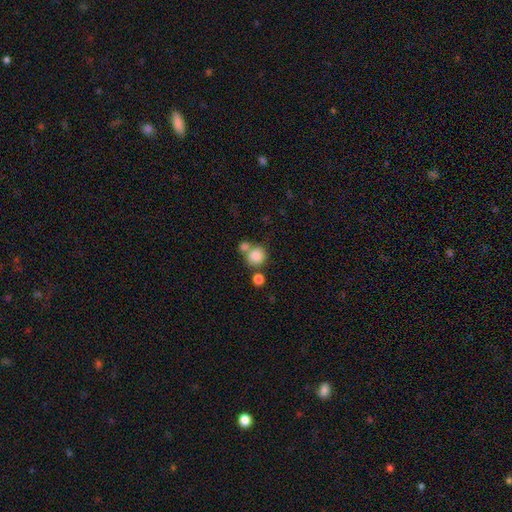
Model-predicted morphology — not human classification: type=smooth (83%); roundness=round (81%); merging=none (46%).